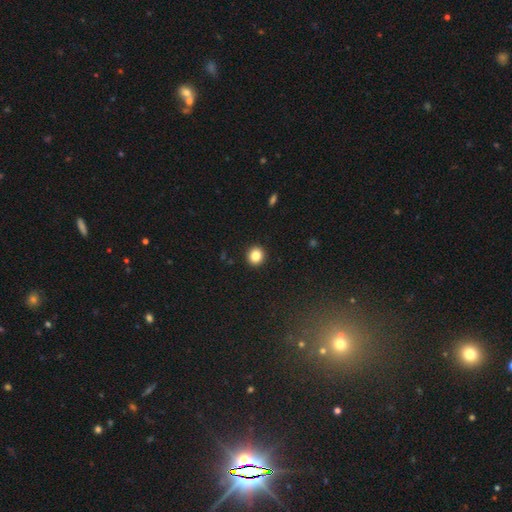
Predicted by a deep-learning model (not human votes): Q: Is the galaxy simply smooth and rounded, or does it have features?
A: smooth — 84%.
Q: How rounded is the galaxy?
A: round — 88%.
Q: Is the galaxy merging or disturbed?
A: none — 93%.